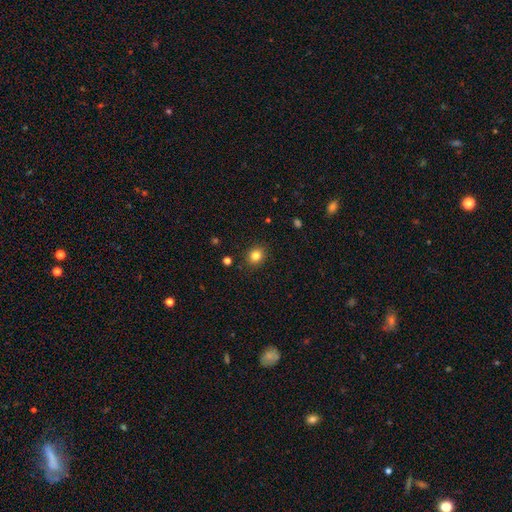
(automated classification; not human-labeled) This is clearly a smooth galaxy (83%). How rounded: likely round (67%). Merging: clearly none (89%).